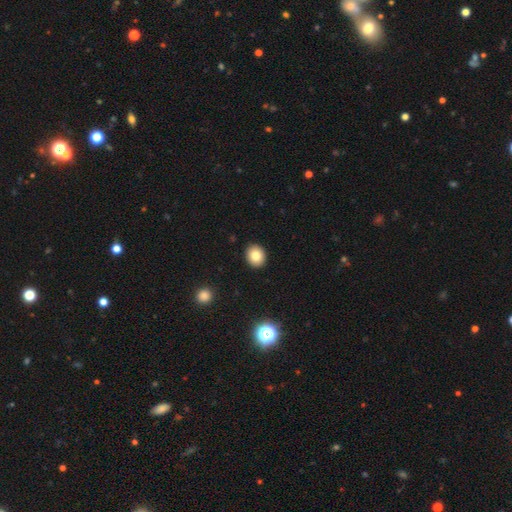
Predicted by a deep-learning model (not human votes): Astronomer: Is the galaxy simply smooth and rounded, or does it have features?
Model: smooth — 81%.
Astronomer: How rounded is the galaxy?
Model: round — 64%.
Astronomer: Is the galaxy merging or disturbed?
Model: none — 92%.